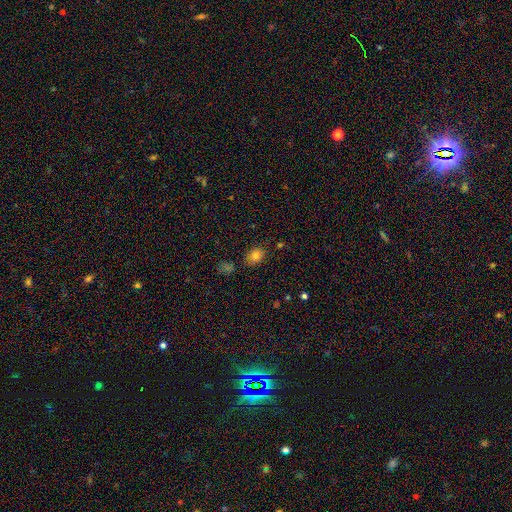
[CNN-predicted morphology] This appears to be a smooth galaxy with no disk features (79%) that is in between round and cigar-shaped (55%). Merging: none (78%).